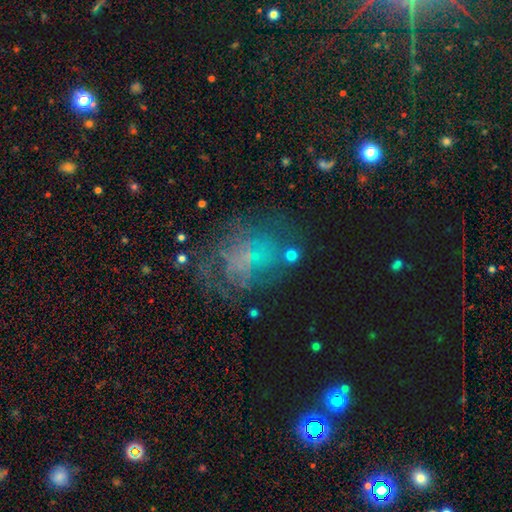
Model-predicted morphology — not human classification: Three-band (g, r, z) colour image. It shows a featured or disk galaxy (46%). Merging: none (51%).